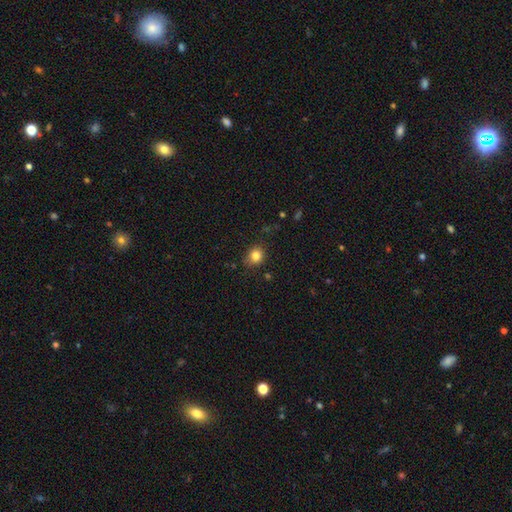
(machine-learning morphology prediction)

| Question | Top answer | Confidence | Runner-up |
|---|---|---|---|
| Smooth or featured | smooth | 82% | star or artifact (12%) |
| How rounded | round | 72% | in between (28%) |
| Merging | none | 79% | minor disturbance (16%) |